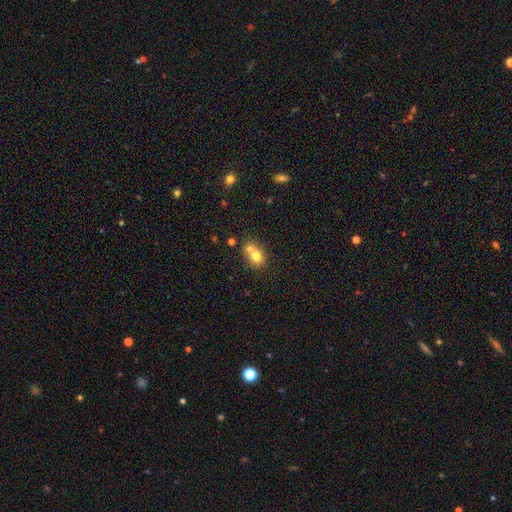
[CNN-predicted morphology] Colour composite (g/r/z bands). It shows a smooth galaxy with no disk features (74%) that is round (63%). Merging: merger (49%).